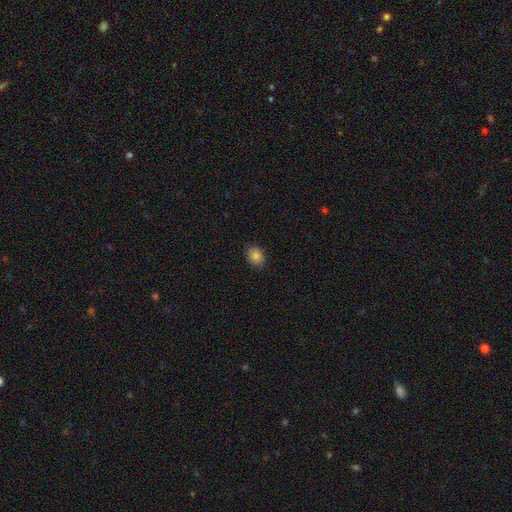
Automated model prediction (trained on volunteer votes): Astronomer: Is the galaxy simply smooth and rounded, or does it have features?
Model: smooth — 85%.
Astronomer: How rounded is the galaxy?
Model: in between — 57% (runner-up: round, 42%).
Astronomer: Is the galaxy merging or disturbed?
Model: none — 89%.